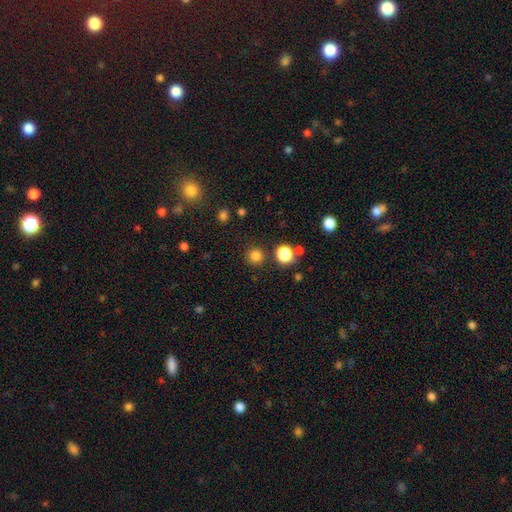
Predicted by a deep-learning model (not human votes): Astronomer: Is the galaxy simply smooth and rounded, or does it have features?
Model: smooth — 81%.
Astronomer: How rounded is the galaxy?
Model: round — 95%.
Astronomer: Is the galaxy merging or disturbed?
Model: none — 87%.